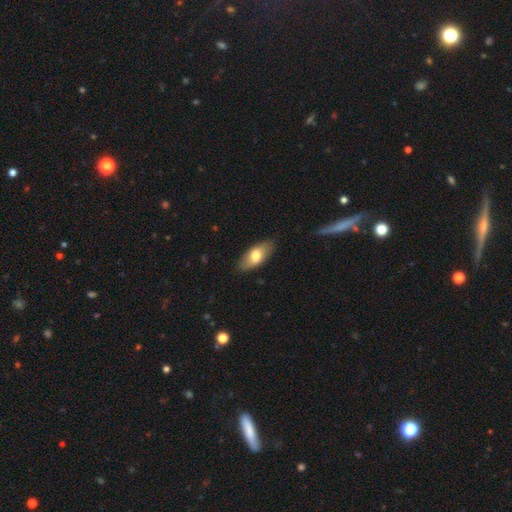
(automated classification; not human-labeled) smooth_or_featured: smooth (p=0.72) [alt: featured or disk p=0.22]
how_rounded: in between (p=0.86) [alt: cigar-shaped p=0.11]
merging: none (p=0.86) [alt: minor disturbance p=0.11]